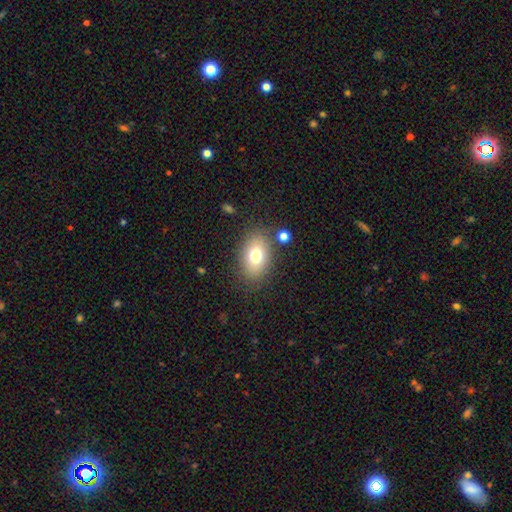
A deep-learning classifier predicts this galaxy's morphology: Smooth or featured? Predicted: smooth (p=0.75). How rounded? Predicted: in between (p=0.81). Merging? Predicted: none (p=0.80).